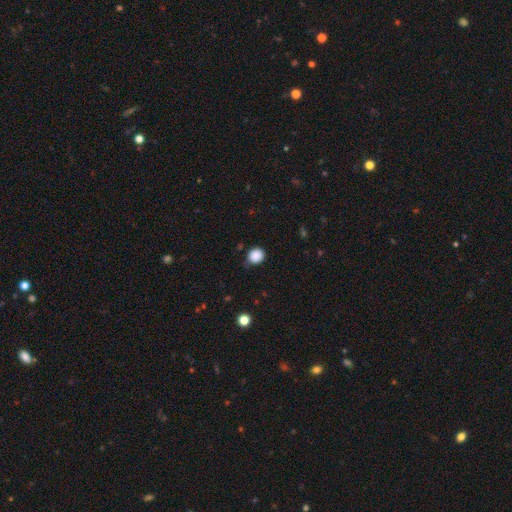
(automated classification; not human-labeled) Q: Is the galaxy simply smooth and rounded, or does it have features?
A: smooth — 88%.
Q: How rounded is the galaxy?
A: round — 81%.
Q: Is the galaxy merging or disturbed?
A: none — 79%.